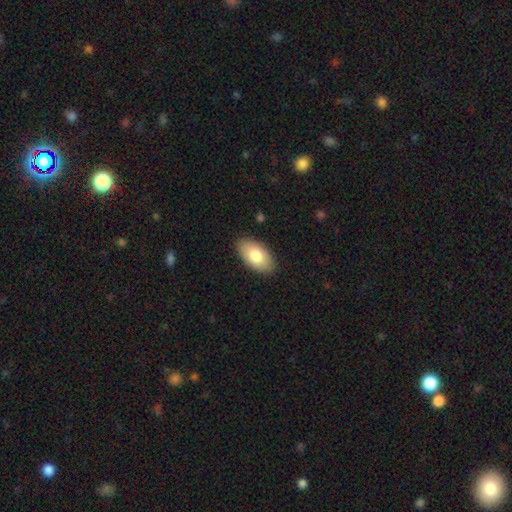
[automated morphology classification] Smooth or featured?
  - smooth: 81% *
  - featured or disk: 13%
  - star or artifact: 6%
How rounded?
  - in between: 95% *
  - round: 3%
  - cigar-shaped: 2%
Merging?
  - none: 88% *
  - minor disturbance: 9%
  - major disturbance: 2%
  - merger: 1%